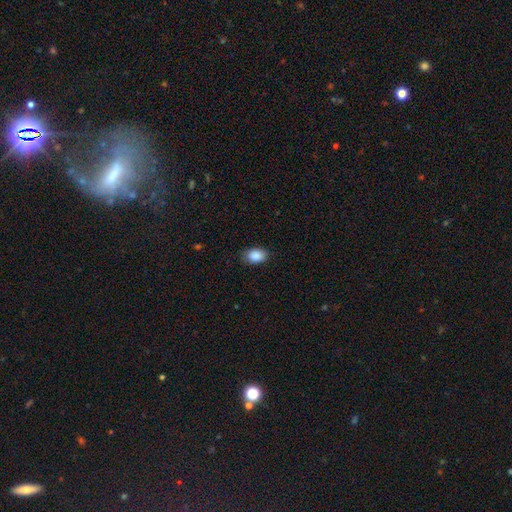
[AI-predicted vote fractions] Overall: smooth (88%). How rounded: in between (82%). Merging: none (84%).